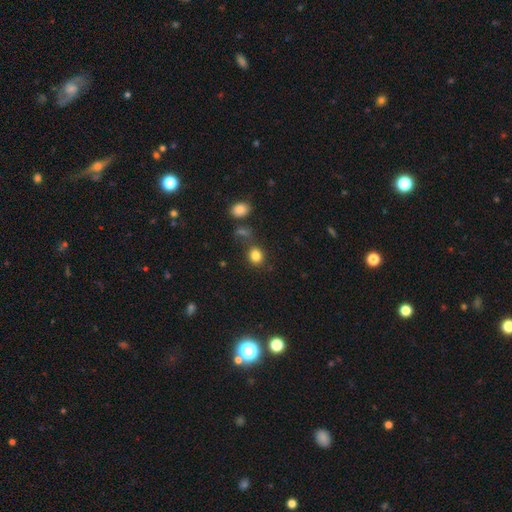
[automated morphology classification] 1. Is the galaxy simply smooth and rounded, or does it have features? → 83% smooth, 11% star or artifact, 5% featured or disk.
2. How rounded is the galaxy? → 64% round, 35% in between, 1% cigar-shaped.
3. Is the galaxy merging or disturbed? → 74% none, 13% minor disturbance, 8% merger, 5% major disturbance.